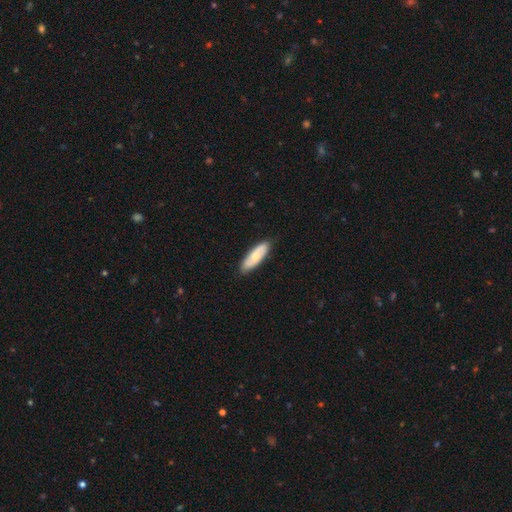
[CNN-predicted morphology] smooth 60%, featured or disk 35%, star or artifact 5%. Down the decision tree: how rounded — in between (63%); merging — none (84%).